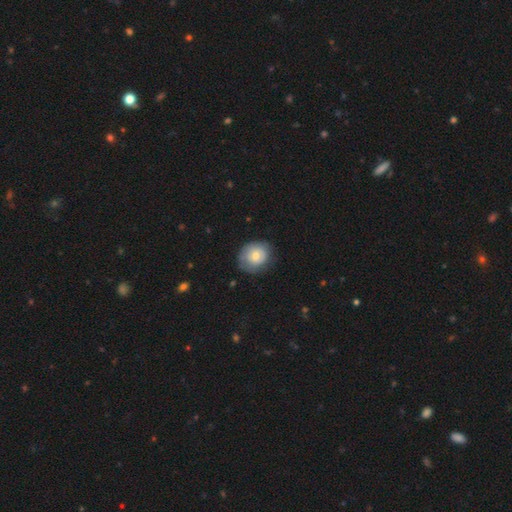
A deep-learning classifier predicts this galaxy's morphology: Smooth or featured? smooth (58%)
How rounded? round (76%)
Merging? none (68%)